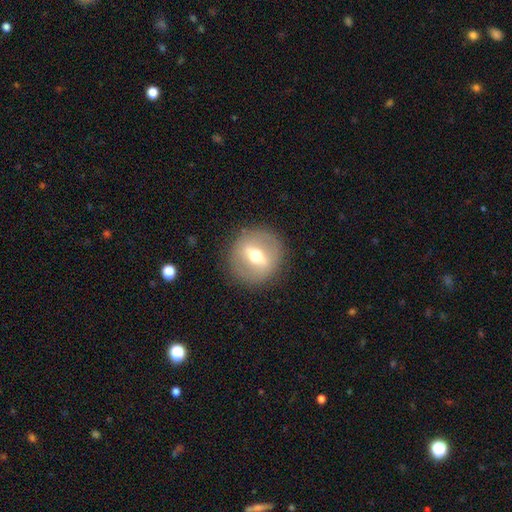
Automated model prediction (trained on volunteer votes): A featured or disk galaxy (58%).

Vote fractions:
- Smooth or featured? featured or disk: 58% / smooth: 34% / star or artifact: 8%
- Edge-on disk? no: 71% / yes: 29%
- Merging? none: 87% / minor disturbance: 8% / major disturbance: 4% / merger: 1%